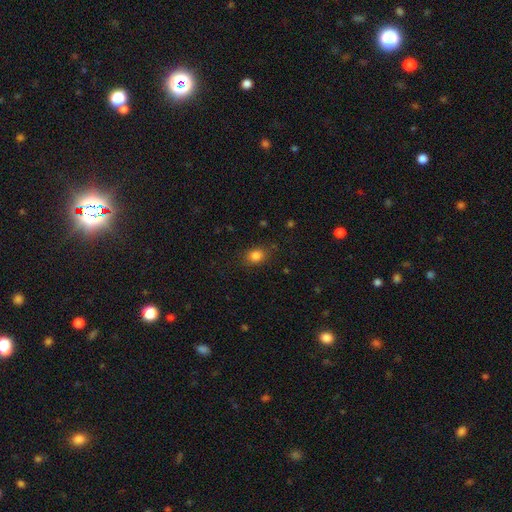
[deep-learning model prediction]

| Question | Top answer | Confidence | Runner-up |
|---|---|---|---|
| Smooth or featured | smooth | 84% | star or artifact (11%) |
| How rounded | in between | 51% | round (48%) |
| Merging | none | 82% | minor disturbance (13%) |